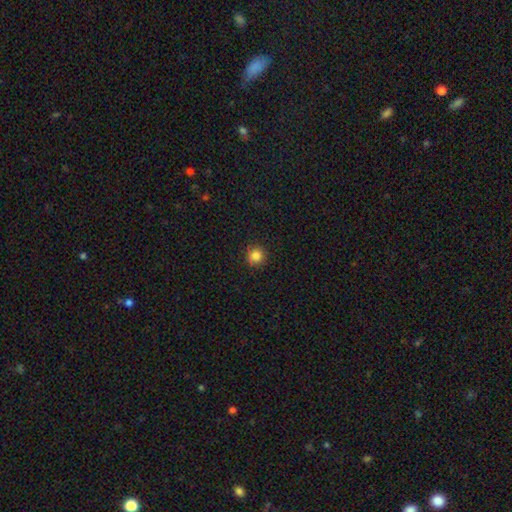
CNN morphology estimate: The model was most divided on "smooth or featured": smooth: 82%, star or artifact: 13%, featured or disk: 5%. More confident: how rounded — round (94%); merging — none (88%).